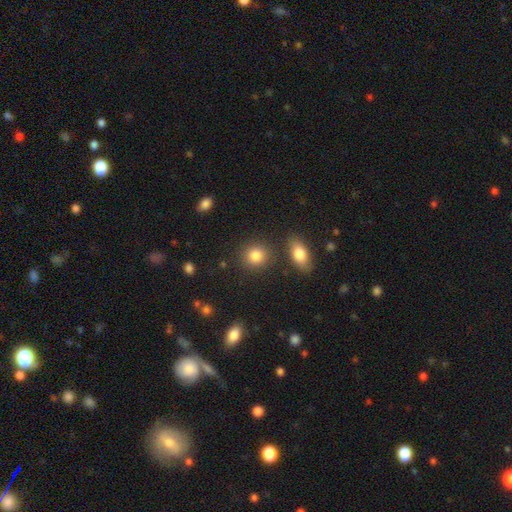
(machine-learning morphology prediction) Smooth or featured? Predicted: smooth (p=0.85). How rounded? Predicted: round (p=0.79). Merging? Predicted: none (p=0.83).